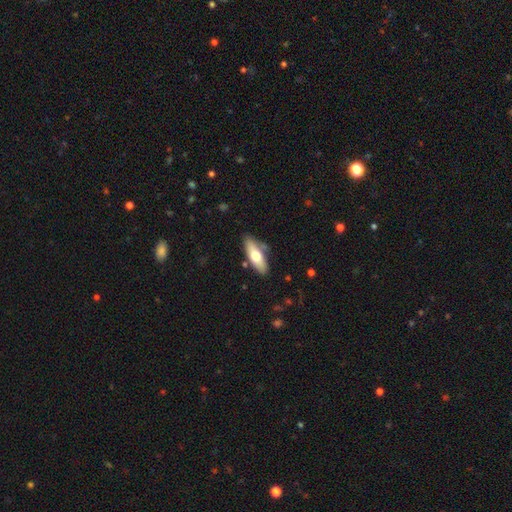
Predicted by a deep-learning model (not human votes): The model was most divided on "how rounded": in between: 63%, cigar-shaped: 35%, round: 2%. More confident: merging — none (76%); smooth or featured — smooth (61%).